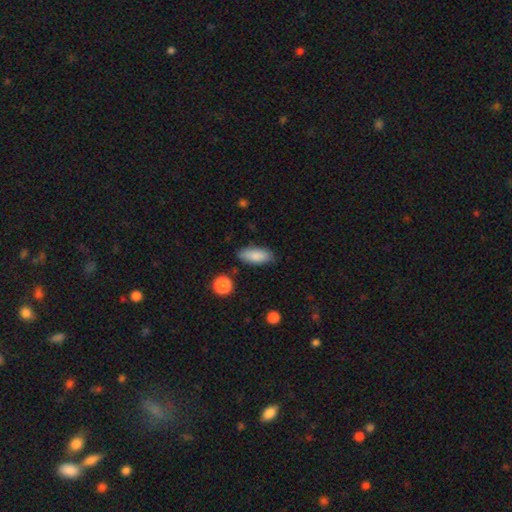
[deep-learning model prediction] Smooth or featured?
  - smooth: 85% *
  - featured or disk: 7%
  - star or artifact: 7%
How rounded?
  - in between: 81% *
  - cigar-shaped: 16%
  - round: 3%
Merging?
  - none: 84% *
  - minor disturbance: 12%
  - major disturbance: 3%
  - merger: 2%